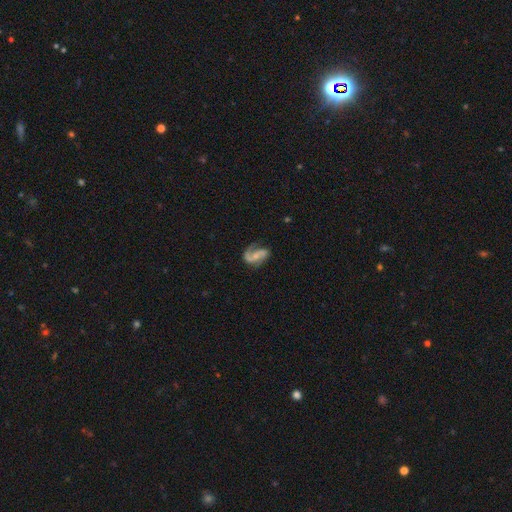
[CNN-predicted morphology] Smooth or featured? featured or disk (83%)
Edge-on disk? no (98%)
Bar? no (44%)
Spiral arms? yes (95%)
Spiral winding? loose (46%)
Spiral arm count? 2 (80%)
Bulge size? small (55%)
Merging? none (59%)